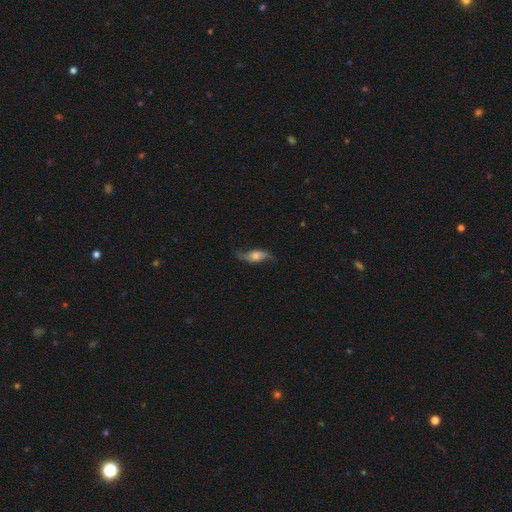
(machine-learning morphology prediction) Overall: featured or disk (60%; smooth 32%). Edge-on disk: no (68%; yes 32%). Merging: none (71%).